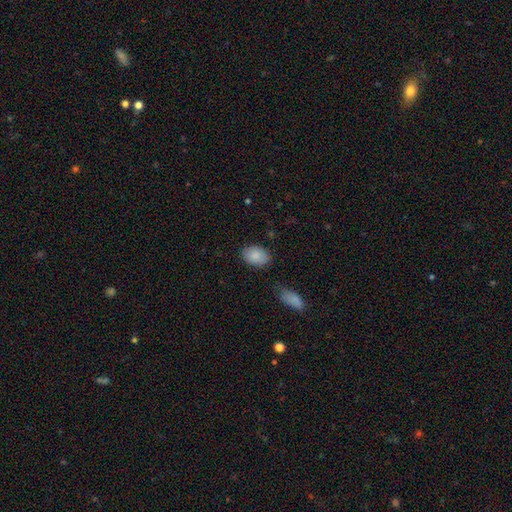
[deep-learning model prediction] A smooth galaxy with no disk features (88%) that is in between round and cigar-shaped (81%).

Vote fractions:
- Smooth or featured? smooth: 88% / star or artifact: 7% / featured or disk: 5%
- How rounded? in between: 81% / round: 18% / cigar-shaped: 1%
- Merging? none: 81% / minor disturbance: 13% / major disturbance: 3% / merger: 3%